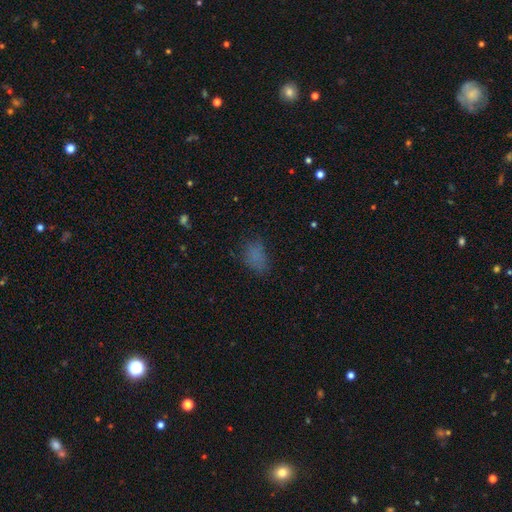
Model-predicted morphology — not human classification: Overall: smooth (73%). How rounded: in between (82%). Merging: none (61%; minor disturbance 24%).